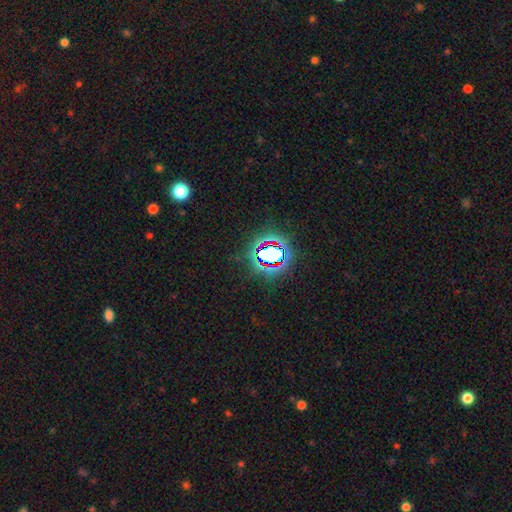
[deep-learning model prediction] smooth-or-featured: star or artifact: 69% | smooth: 19% | featured or disk: 12%